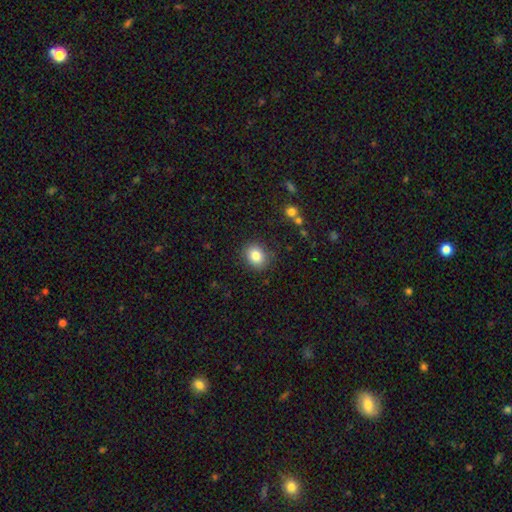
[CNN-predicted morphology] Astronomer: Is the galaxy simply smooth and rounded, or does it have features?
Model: smooth — 83%.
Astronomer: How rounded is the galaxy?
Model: round — 59% (runner-up: in between, 40%).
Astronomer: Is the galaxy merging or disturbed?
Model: none — 85%.